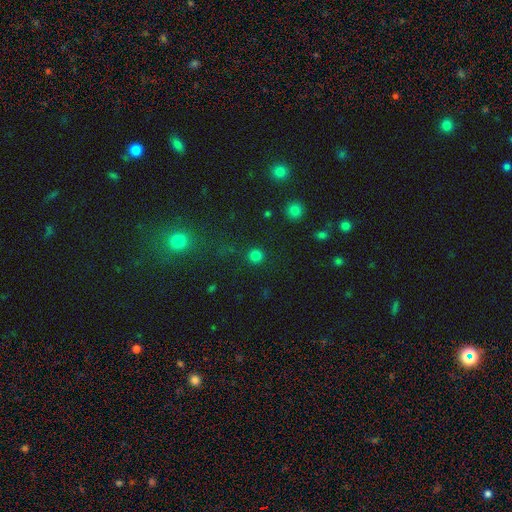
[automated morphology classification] A smooth galaxy with no disk features (79%) that is round (94%). Merging: none (89%).